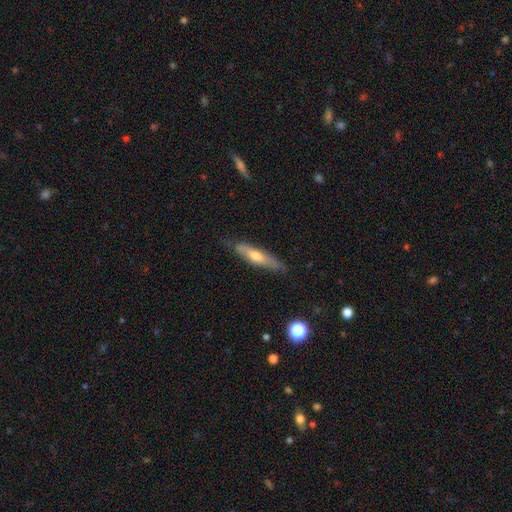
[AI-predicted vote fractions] smooth-or-featured: smooth: 50% | featured or disk: 44% | star or artifact: 6%
  merging: none: 73% | minor disturbance: 21% | major disturbance: 4% | merger: 2%